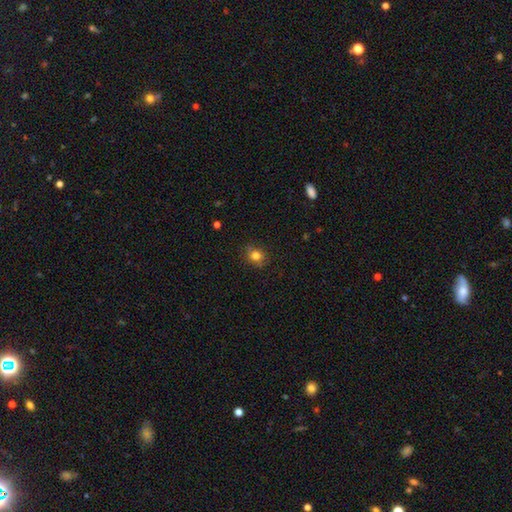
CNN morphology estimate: The model was most divided on "how rounded": round: 76%, in between: 23%, cigar-shaped: 1%. More confident: merging — none (81%); smooth or featured — smooth (80%).